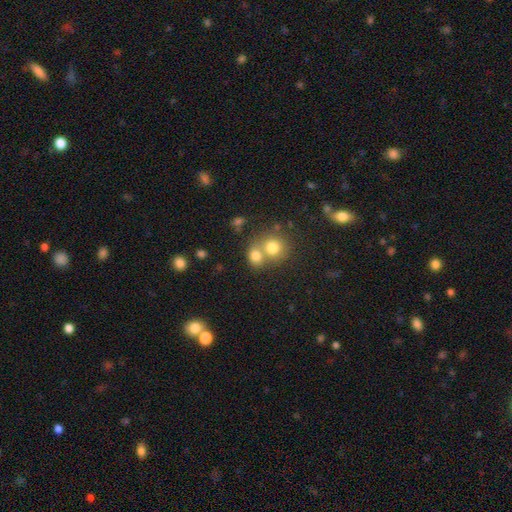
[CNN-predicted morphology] smooth 76%, featured or disk 12%, star or artifact 12%. Down the decision tree: how rounded — round (67%); merging — merger (55%).